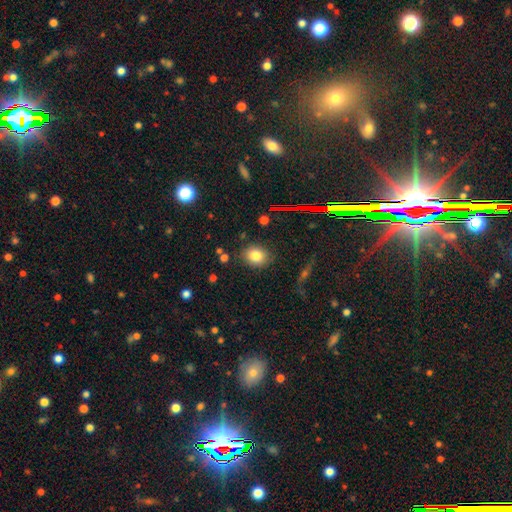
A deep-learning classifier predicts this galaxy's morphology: Q: Smooth or featured?
A: smooth (80%); runner-up: star or artifact (12%)
Q: How rounded?
A: round (61%); runner-up: in between (38%)
Q: Merging?
A: none (84%); runner-up: minor disturbance (10%)